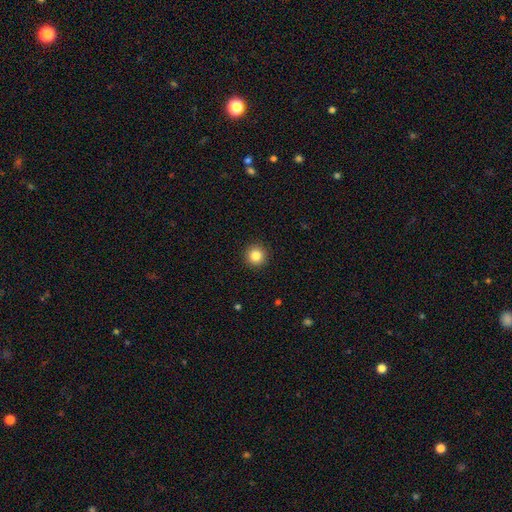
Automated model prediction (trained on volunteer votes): This appears to be a smooth galaxy with no disk features (85%) that is round (96%). Merging: none (92%).